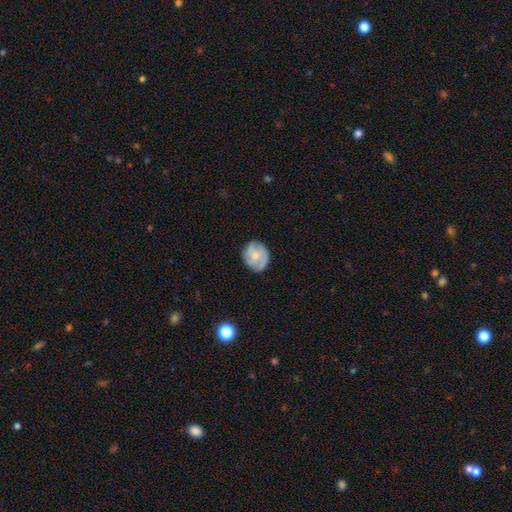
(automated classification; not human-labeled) Smooth or featured? featured or disk (51%)
Edge-on disk? no (97%)
Merging? none (72%)